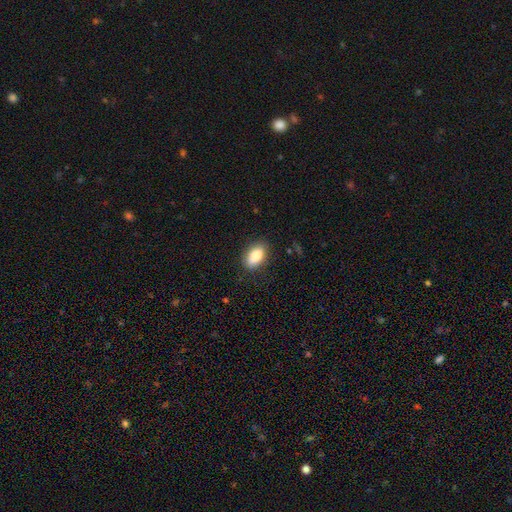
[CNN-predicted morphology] The model was most divided on "merging": none: 85%, minor disturbance: 11%, major disturbance: 3%, merger: 1%. More confident: how rounded — in between (90%); smooth or featured — smooth (86%).